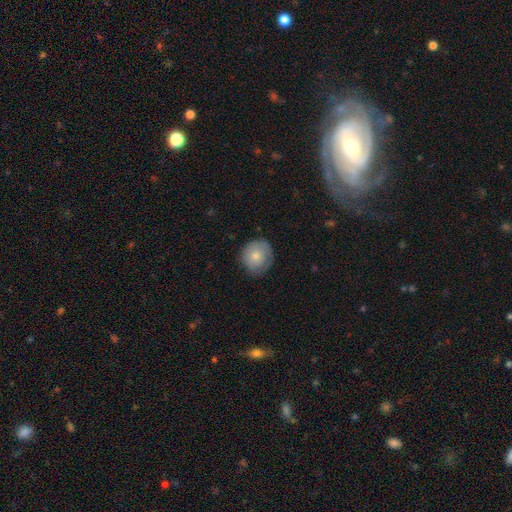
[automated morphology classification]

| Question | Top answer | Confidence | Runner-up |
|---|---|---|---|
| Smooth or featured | smooth | 76% | featured or disk (17%) |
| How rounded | round | 88% | in between (11%) |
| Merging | none | 78% | minor disturbance (17%) |